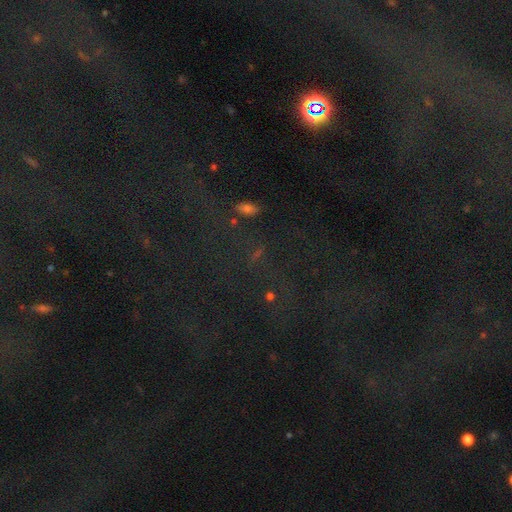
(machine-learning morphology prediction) star or artifact 70%, smooth 19%, featured or disk 11%.